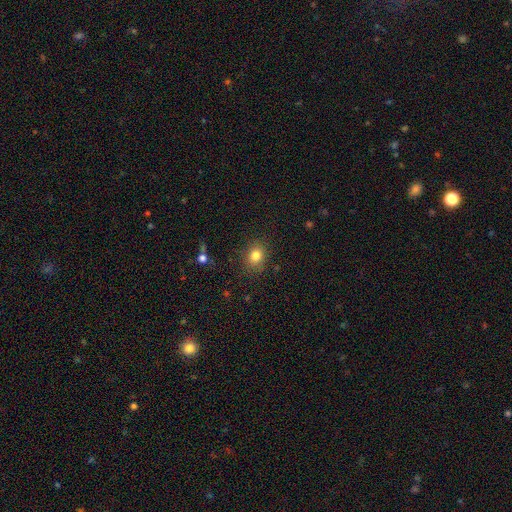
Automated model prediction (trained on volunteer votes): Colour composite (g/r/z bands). It shows a smooth galaxy with no disk features (81%) that is round (54%). Merging: none (85%).